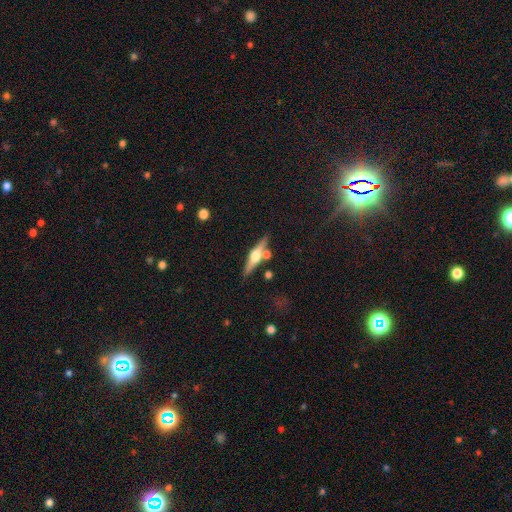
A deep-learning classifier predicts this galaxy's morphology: This is likely a featured or disk galaxy (72%). It is clearly viewed edge-on (96%). Edge-on bulge: clearly rounded (94%). Merging: likely none (76%).